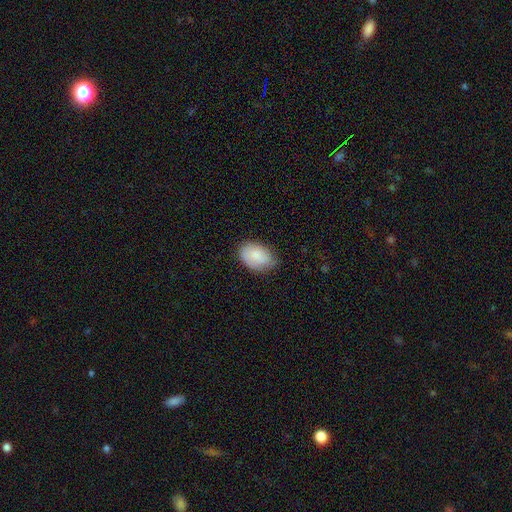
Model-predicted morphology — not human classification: This is likely a smooth galaxy (78%). How rounded: clearly in between (87%). Merging: likely none (68%).